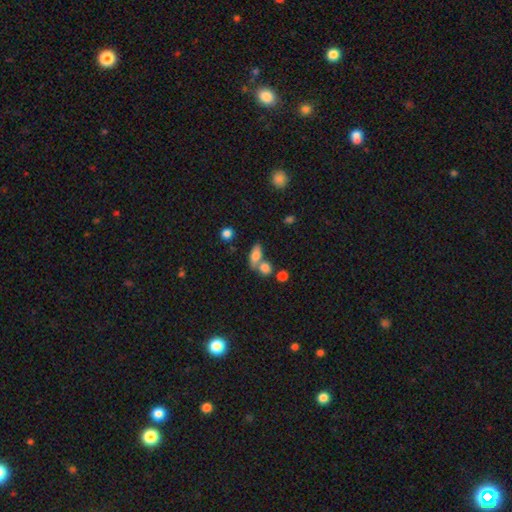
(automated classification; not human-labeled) Overall: smooth (72%). How rounded: in between (72%). Merging: none (44%; merger 37%).